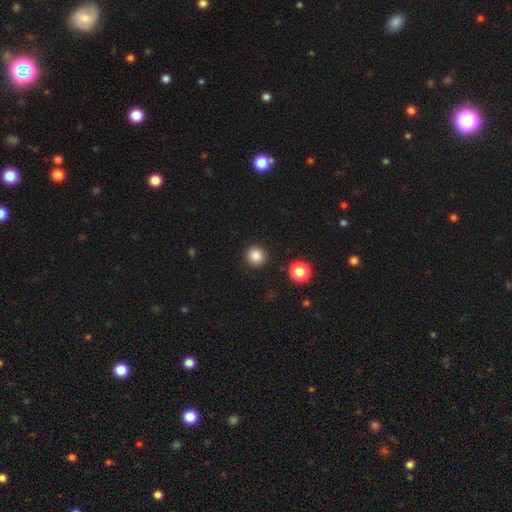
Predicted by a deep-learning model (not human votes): Smooth or featured? smooth (85%)
How rounded? round (94%)
Merging? none (91%)